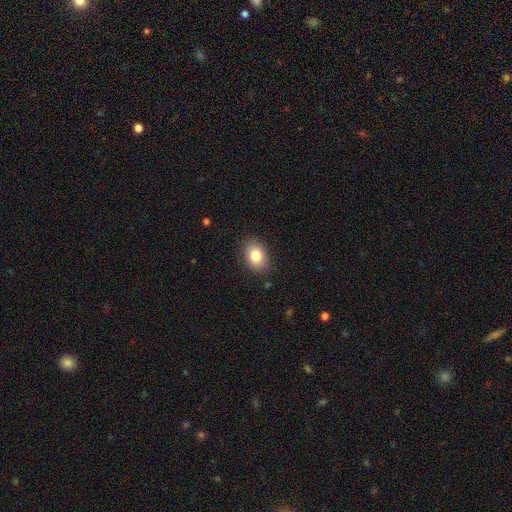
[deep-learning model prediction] This appears to be a smooth galaxy with no disk features (83%) that is in between round and cigar-shaped (75%). Merging: none (86%).